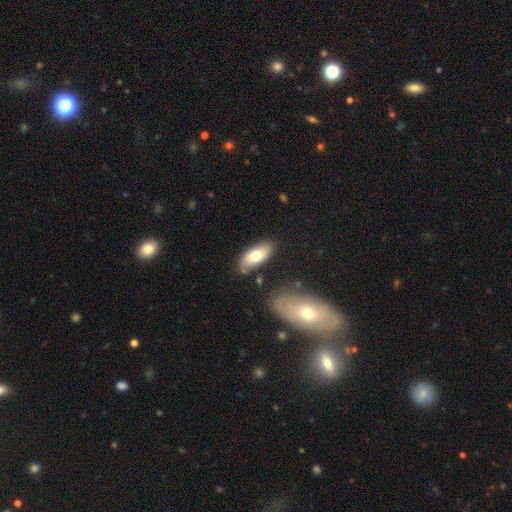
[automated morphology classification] smooth_or_featured: smooth (p=0.72) [alt: featured or disk p=0.22]
how_rounded: in between (p=0.87) [alt: cigar-shaped p=0.11]
merging: none (p=0.78) [alt: minor disturbance p=0.13]